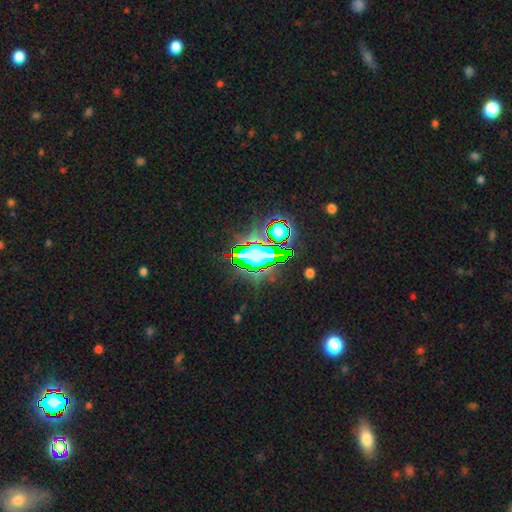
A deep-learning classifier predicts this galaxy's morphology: The model was most divided on "smooth or featured": star or artifact: 70%, smooth: 17%, featured or disk: 13%.